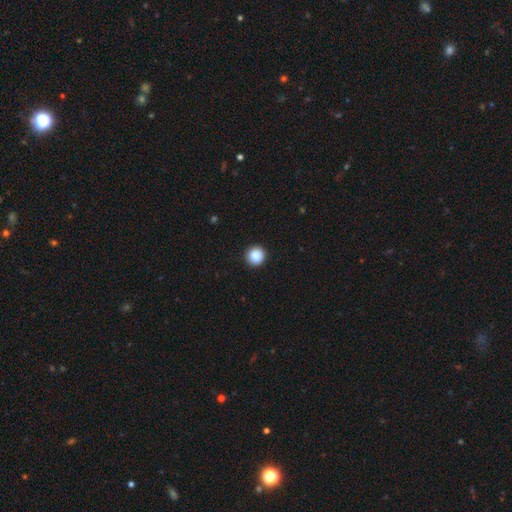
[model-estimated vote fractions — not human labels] This is clearly a smooth galaxy (89%). How rounded: clearly round (96%). Merging: clearly none (93%).